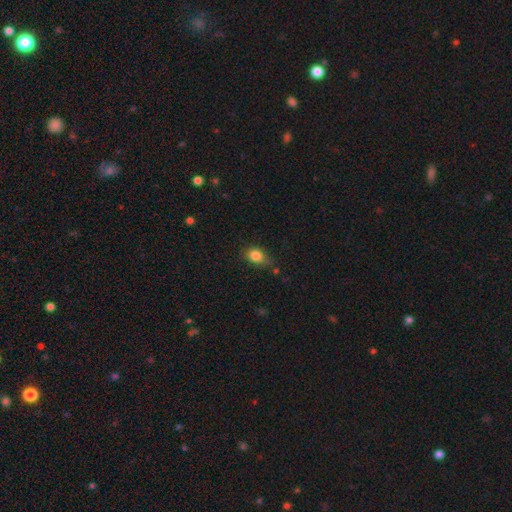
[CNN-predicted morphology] Smooth or featured?
  - smooth: 84% *
  - star or artifact: 10%
  - featured or disk: 6%
How rounded?
  - in between: 61% *
  - round: 38%
  - cigar-shaped: 2%
Merging?
  - none: 61% *
  - minor disturbance: 29%
  - major disturbance: 6%
  - merger: 3%